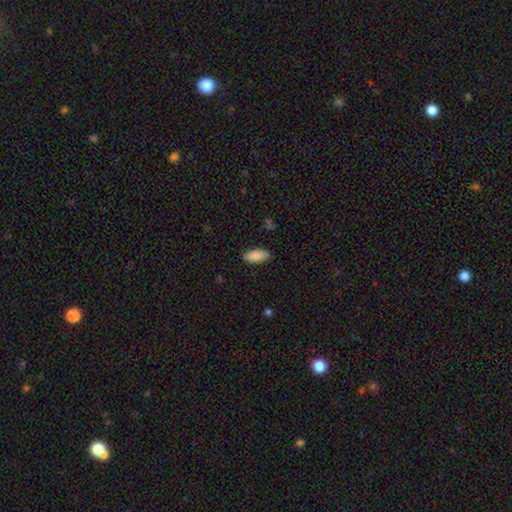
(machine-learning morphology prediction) This appears to be a smooth galaxy with no disk features (88%) that is in between round and cigar-shaped (90%). Merging: none (86%).